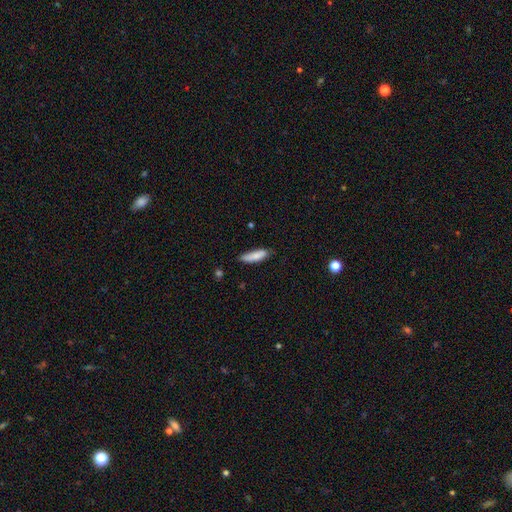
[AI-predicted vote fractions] The model was most divided on "how rounded": cigar-shaped: 57%, in between: 42%, round: 2%. More confident: smooth or featured — smooth (82%); merging — none (73%).